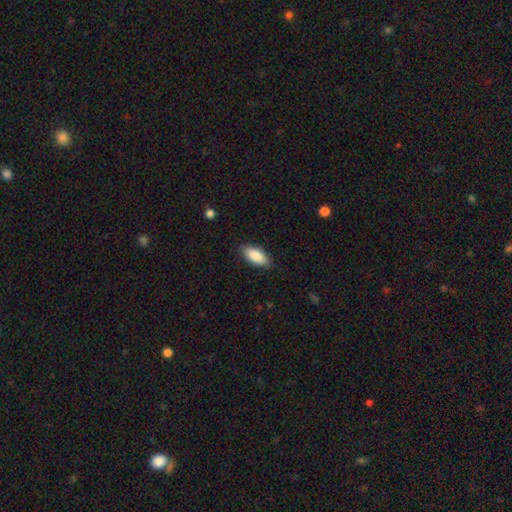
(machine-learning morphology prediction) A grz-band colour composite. It shows a smooth galaxy with no disk features (88%) that is in between round and cigar-shaped (89%). Merging: none (86%).